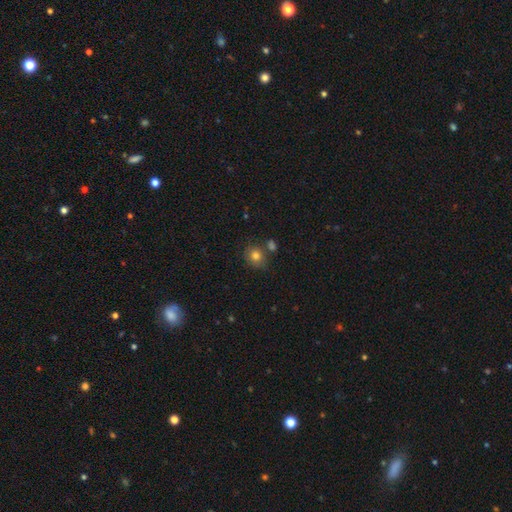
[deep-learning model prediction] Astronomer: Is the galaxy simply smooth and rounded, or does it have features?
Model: smooth — 80%.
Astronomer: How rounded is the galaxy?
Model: round — 74%.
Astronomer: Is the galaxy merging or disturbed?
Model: none — 72%.